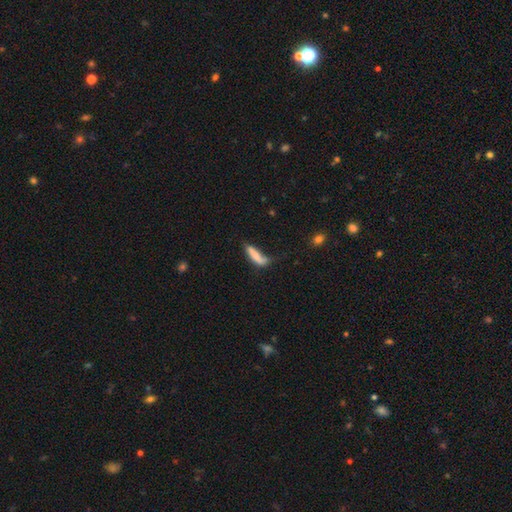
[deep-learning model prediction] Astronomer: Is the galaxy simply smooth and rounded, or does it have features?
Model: smooth — 73%.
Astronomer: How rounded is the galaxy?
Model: cigar-shaped — 70%.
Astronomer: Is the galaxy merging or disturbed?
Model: none — 37% (runner-up: minor disturbance, 33%).